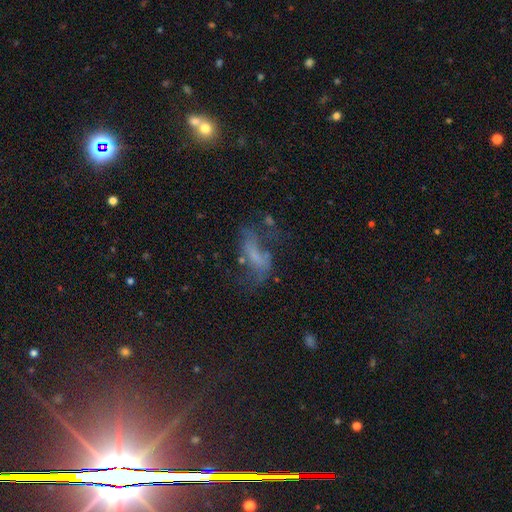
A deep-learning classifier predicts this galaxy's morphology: type=featured or disk (48%); merging=major disturbance (39%).